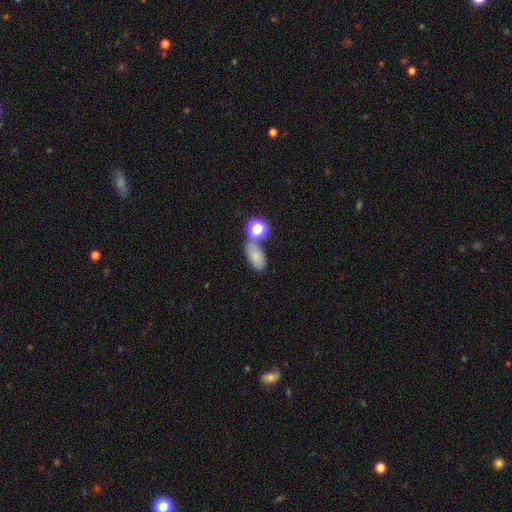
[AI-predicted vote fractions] smooth 76%, star or artifact 14%, featured or disk 10%. Down the decision tree: how rounded — in between (86%); merging — none (62%).